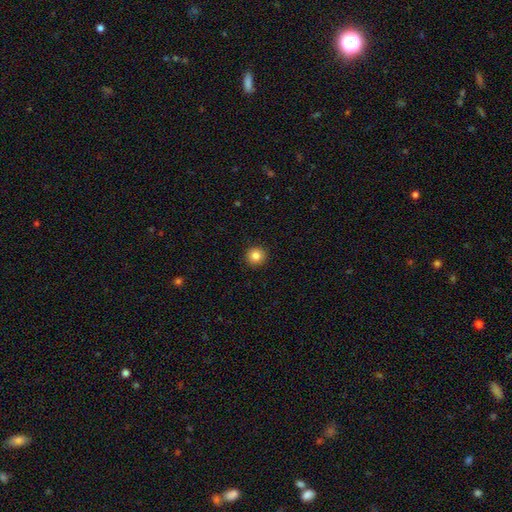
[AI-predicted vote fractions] Q: Smooth or featured?
A: smooth (84%); runner-up: star or artifact (10%)
Q: How rounded?
A: round (93%); runner-up: in between (6%)
Q: Merging?
A: none (92%); runner-up: minor disturbance (5%)